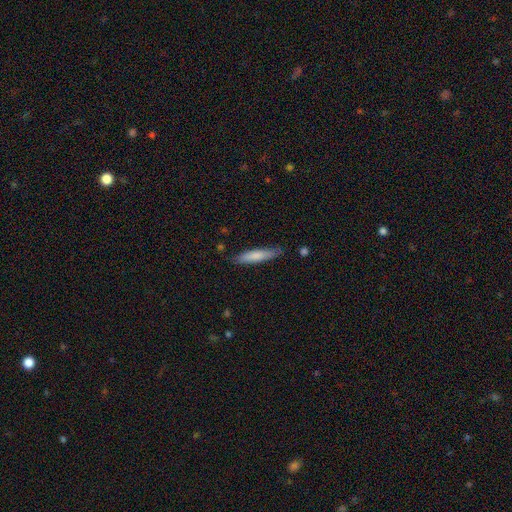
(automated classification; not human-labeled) Smooth or featured? smooth (76%)
How rounded? cigar-shaped (85%)
Merging? none (81%)